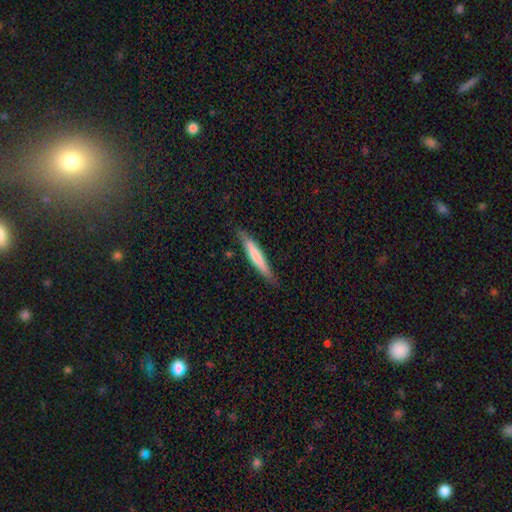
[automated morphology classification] smooth-or-featured: smooth: 65% | featured or disk: 30% | star or artifact: 5%
  how-rounded: cigar-shaped: 94% | in between: 5% | round: 1%
  merging: none: 83% | minor disturbance: 13% | major disturbance: 2% | merger: 1%